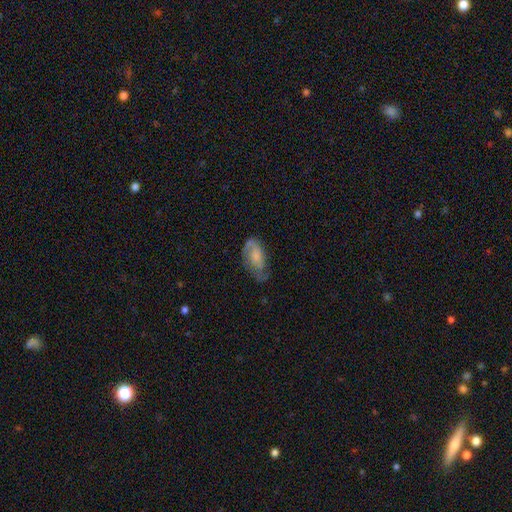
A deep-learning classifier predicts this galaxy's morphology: Overall: featured or disk (50%; smooth 43%). Merging: none (49%; minor disturbance 32%).